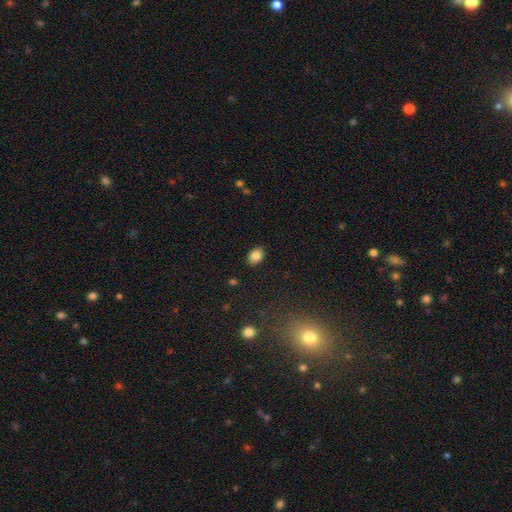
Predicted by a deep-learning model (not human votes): Smooth or featured?
  - smooth: 85% *
  - star or artifact: 9%
  - featured or disk: 6%
How rounded?
  - in between: 70% *
  - round: 29%
  - cigar-shaped: 1%
Merging?
  - none: 88% *
  - minor disturbance: 9%
  - major disturbance: 2%
  - merger: 1%